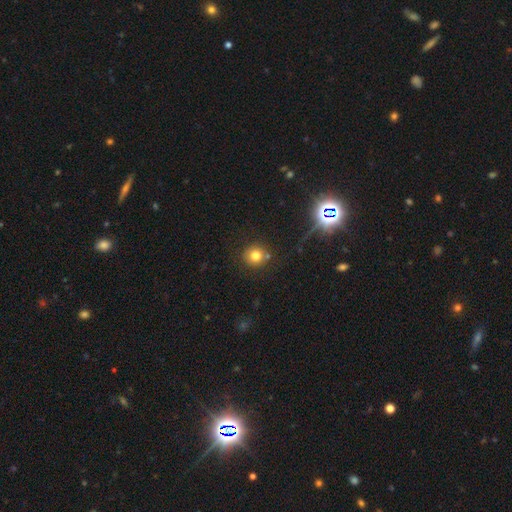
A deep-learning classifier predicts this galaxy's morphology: A smooth galaxy with no disk features (75%) that is round (92%). Merging: none (80%).